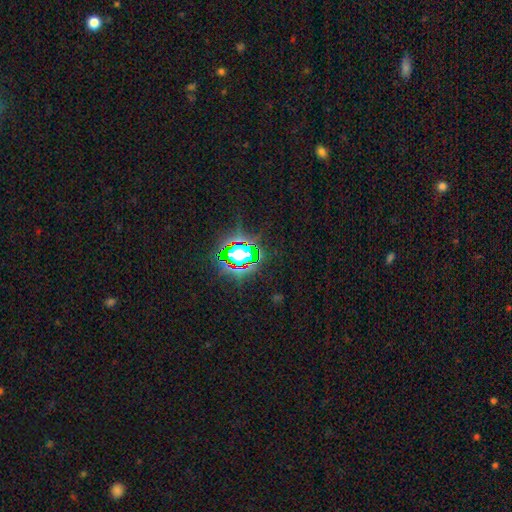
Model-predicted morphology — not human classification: Smooth or featured? Predicted: star or artifact (p=0.75).